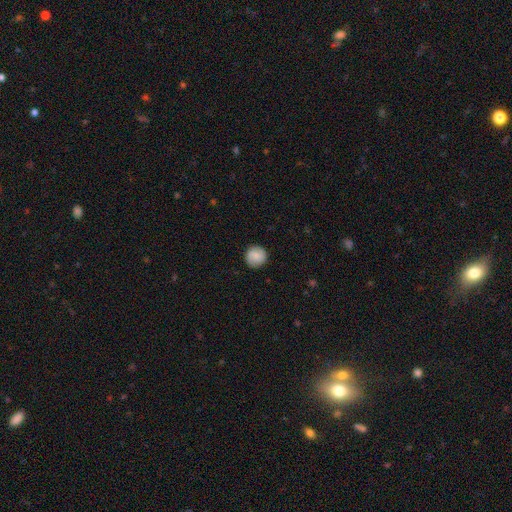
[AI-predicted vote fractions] This appears to be a smooth galaxy with no disk features (74%) that is round (93%). Merging: none (88%).